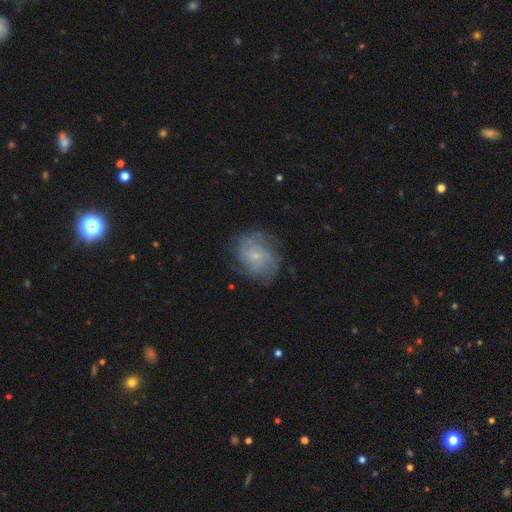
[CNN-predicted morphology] smooth-or-featured: featured or disk: 59% | smooth: 32% | star or artifact: 9%
  disk-edge-on: no: 97% | yes: 3%
    bar: no: 78% | weak: 19% | strong: 3%
    has-spiral-arms: yes: 80% | no: 20%
    bulge-size: small: 78% | moderate: 14% | none: 6% | large: 1% | dominant: 1%
  merging: none: 67% | minor disturbance: 21% | major disturbance: 11% | merger: 1%